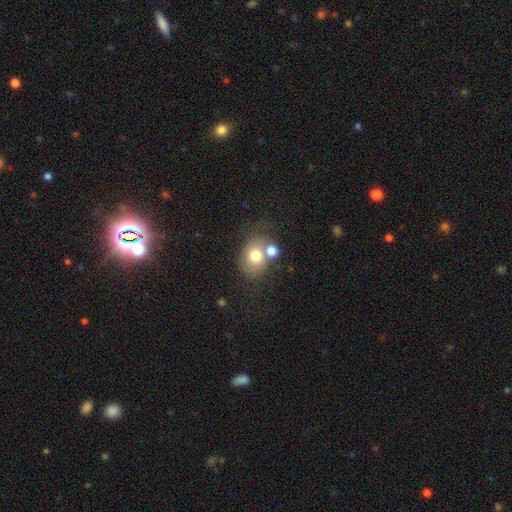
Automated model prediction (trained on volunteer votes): smooth 73%, featured or disk 16%, star or artifact 10%. Down the decision tree: how rounded — round (53%); merging — none (45%).